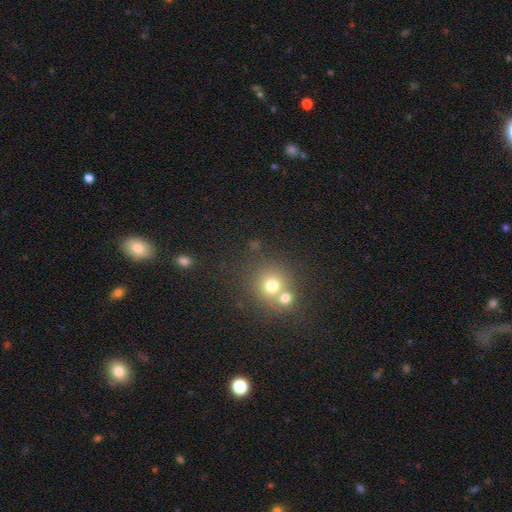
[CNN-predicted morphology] This is possibly a smooth galaxy (57%). How rounded: clearly round (85%). Merging: likely none (61%).